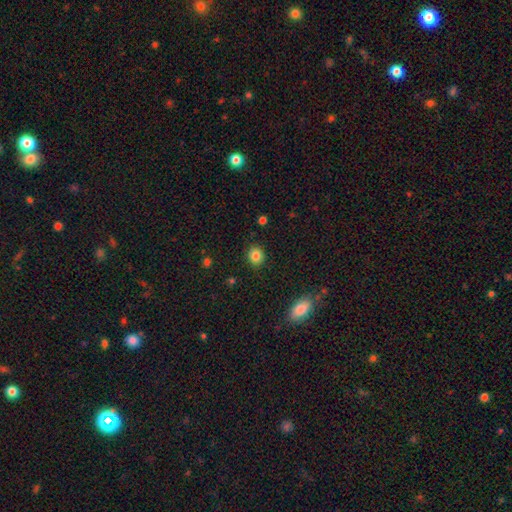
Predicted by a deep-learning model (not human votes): Smooth or featured: smooth — 84% (star or artifact — 10%)
How rounded: round — 76% (in between — 23%)
Merging: none — 89% (minor disturbance — 8%)